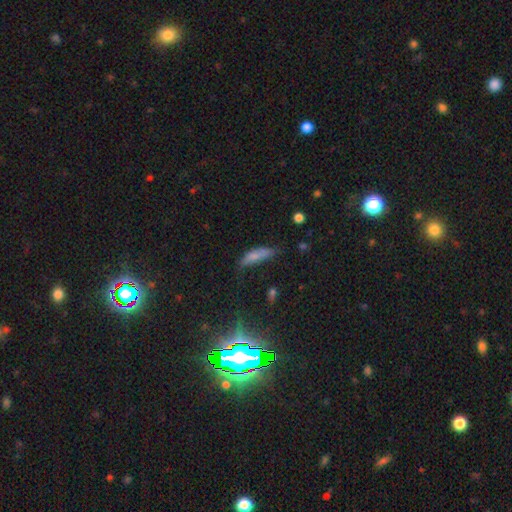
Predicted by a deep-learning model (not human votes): smooth_or_featured: smooth (p=0.71) [alt: featured or disk p=0.17]
how_rounded: cigar-shaped (p=0.53) [alt: in between p=0.44]
merging: none (p=0.41) [alt: minor disturbance p=0.35]